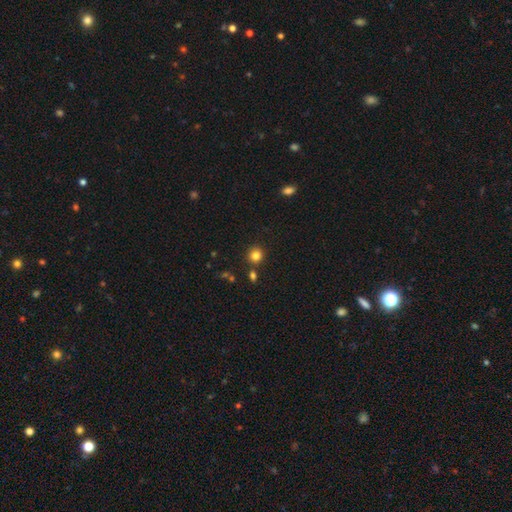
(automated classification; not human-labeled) Overall: smooth (82%). How rounded: round (89%). Merging: none (83%).